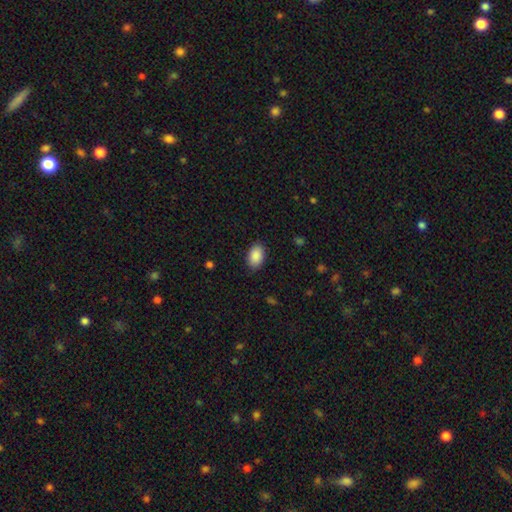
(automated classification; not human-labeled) This appears to be a smooth galaxy with no disk features (89%) that is in between round and cigar-shaped (90%). Merging: none (86%).